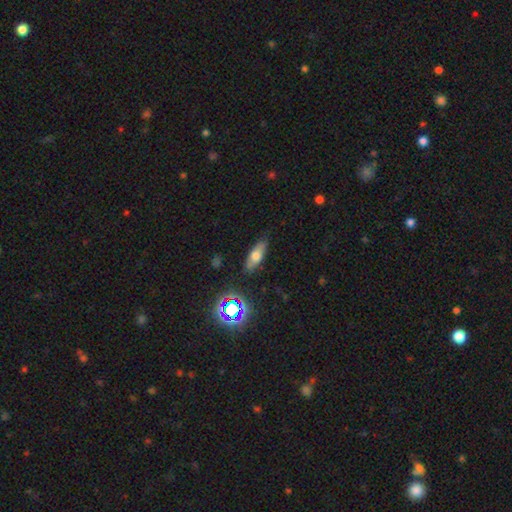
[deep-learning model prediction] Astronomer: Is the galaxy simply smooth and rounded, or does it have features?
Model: smooth — 60%.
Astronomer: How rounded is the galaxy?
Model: in between — 62%.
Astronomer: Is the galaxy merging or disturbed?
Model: none — 82%.